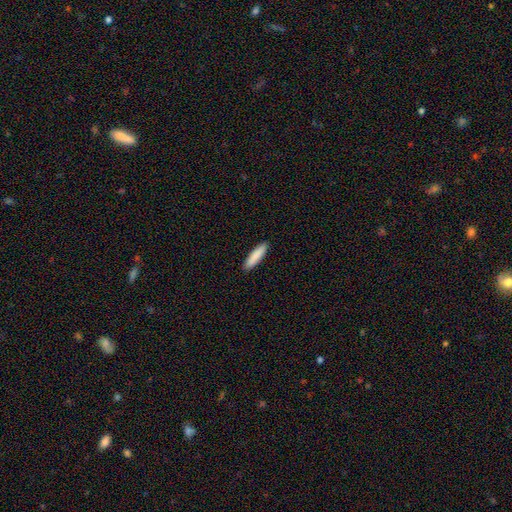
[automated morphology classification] Smooth or featured? Predicted: smooth (p=0.87). How rounded? Predicted: cigar-shaped (p=0.80). Merging? Predicted: none (p=0.91).